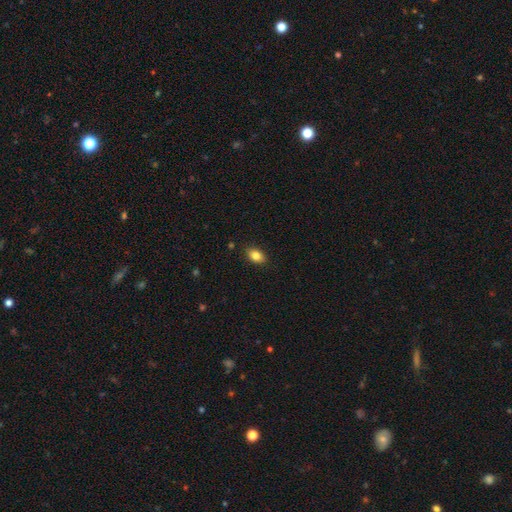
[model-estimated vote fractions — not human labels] smooth-or-featured: smooth: 83% | star or artifact: 9% | featured or disk: 8%
  how-rounded: in between: 82% | round: 16% | cigar-shaped: 2%
  merging: none: 87% | minor disturbance: 10% | major disturbance: 2% | merger: 1%